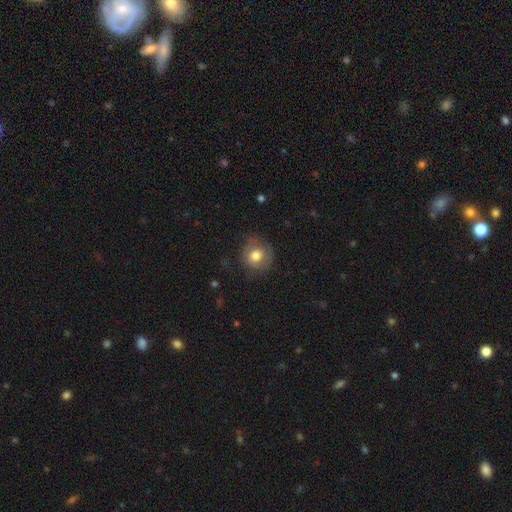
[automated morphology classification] A smooth galaxy with no disk features (72%) that is round (84%). Merging: none (71%).